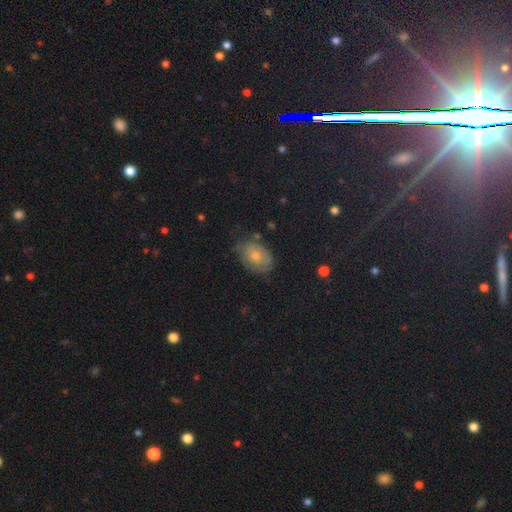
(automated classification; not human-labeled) The model was most divided on "smooth or featured": smooth: 54%, featured or disk: 35%, star or artifact: 12%. More confident: how rounded — in between (76%); merging — none (59%).